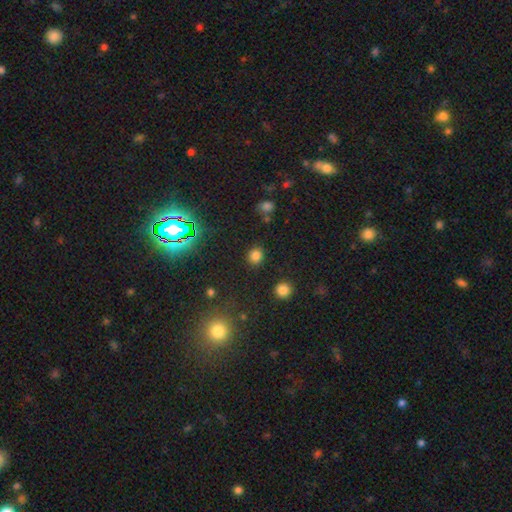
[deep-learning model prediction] Smooth or featured? smooth (77%)
How rounded? round (84%)
Merging? none (88%)